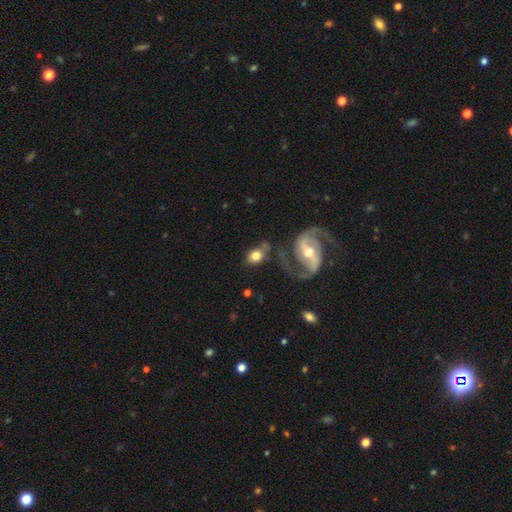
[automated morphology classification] Overall: smooth (61%; featured or disk 32%). How rounded: in between (58%; round 40%). Merging: none (54%; minor disturbance 19%).